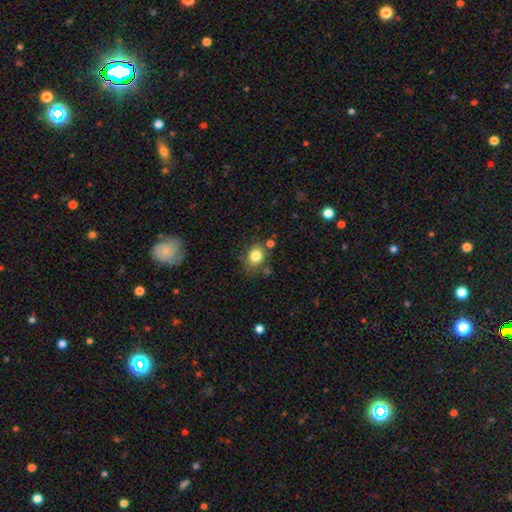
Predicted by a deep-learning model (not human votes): Q: Smooth or featured?
A: smooth (82%); runner-up: star or artifact (11%)
Q: How rounded?
A: round (62%); runner-up: in between (37%)
Q: Merging?
A: none (70%); runner-up: minor disturbance (16%)